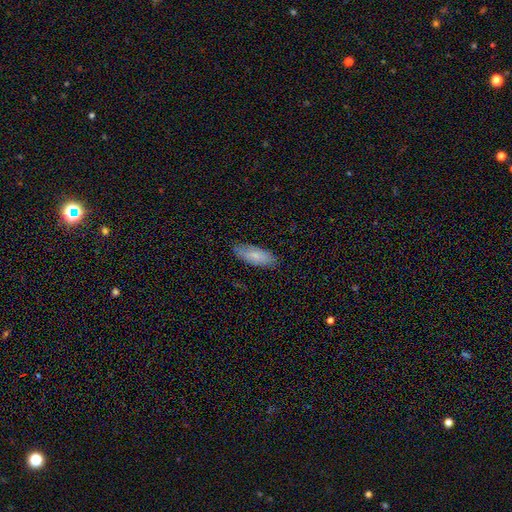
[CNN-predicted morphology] A smooth galaxy with no disk features (76%) that is in between round and cigar-shaped (75%).

Vote fractions:
- Smooth or featured? smooth: 76% / featured or disk: 18% / star or artifact: 6%
- How rounded? in between: 75% / cigar-shaped: 23% / round: 2%
- Merging? none: 83% / minor disturbance: 14% / major disturbance: 3% / merger: 1%